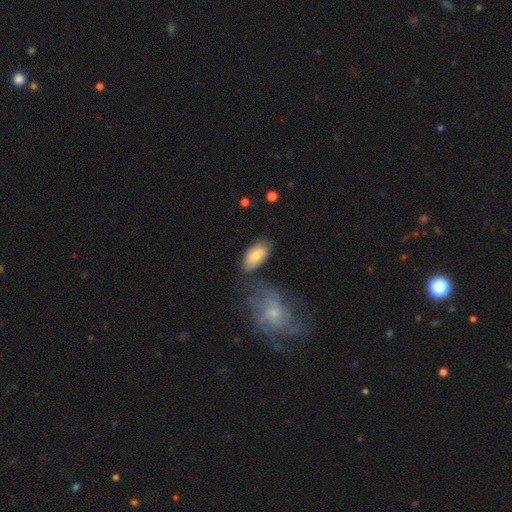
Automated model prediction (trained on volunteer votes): Smooth or featured? Predicted: smooth (p=0.76). How rounded? Predicted: in between (p=0.93). Merging? Predicted: none (p=0.68).